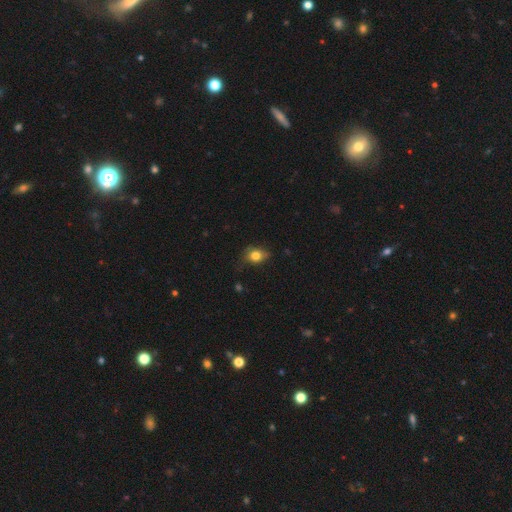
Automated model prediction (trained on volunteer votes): Smooth or featured?
  - smooth: 80% *
  - featured or disk: 11%
  - star or artifact: 10%
How rounded?
  - in between: 59% *
  - round: 40%
  - cigar-shaped: 2%
Merging?
  - none: 62% *
  - minor disturbance: 29%
  - major disturbance: 8%
  - merger: 2%